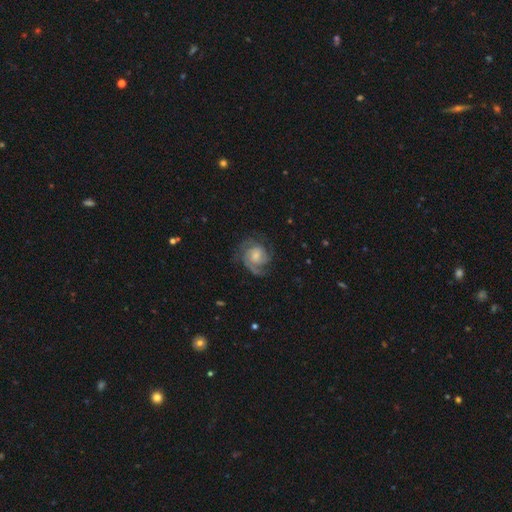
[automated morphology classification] Smooth or featured?
  - featured or disk: 78% *
  - smooth: 16%
  - star or artifact: 7%
Edge-on disk?
  - no: 98% *
  - yes: 2%
Bar?
  - no: 66% *
  - weak: 29%
  - strong: 5%
Spiral arms?
  - yes: 95% *
  - no: 5%
Spiral winding?
  - tight: 50% *
  - medium: 39%
  - loose: 11%
Spiral arm count?
  - 2: 35% *
  - 3: 27%
  - can't tell: 20%
  - 1: 7%
  - 4: 6%
  - more than 4: 5%
Bulge size?
  - moderate: 41% *
  - small: 29%
  - large: 17%
  - none: 11%
  - dominant: 2%
Merging?
  - none: 67% *
  - minor disturbance: 19%
  - major disturbance: 13%
  - merger: 1%